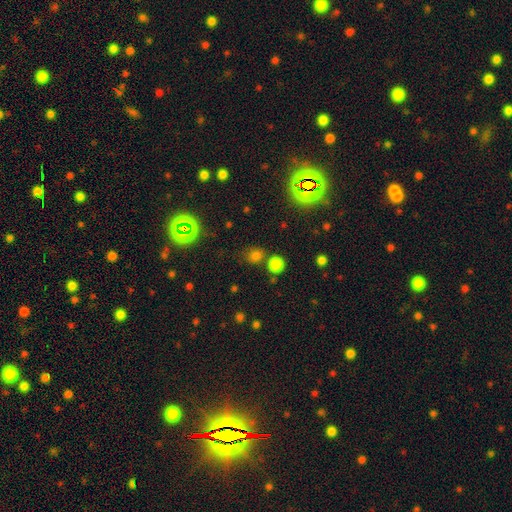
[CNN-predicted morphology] The model was most divided on "smooth or featured": smooth: 70%, star or artifact: 24%, featured or disk: 5%. More confident: how rounded — round (80%); merging — none (73%).